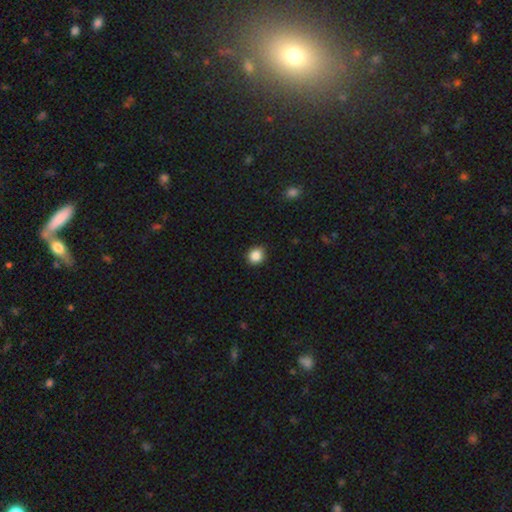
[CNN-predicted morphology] Smooth or featured?
  - smooth: 86% *
  - star or artifact: 10%
  - featured or disk: 4%
How rounded?
  - round: 81% *
  - in between: 18%
  - cigar-shaped: 1%
Merging?
  - none: 88% *
  - minor disturbance: 9%
  - major disturbance: 2%
  - merger: 1%